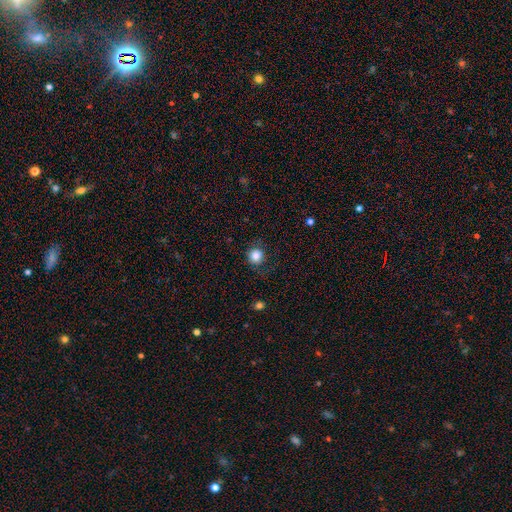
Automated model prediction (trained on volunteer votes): smooth-or-featured: smooth: 83% | star or artifact: 11% | featured or disk: 6%
  how-rounded: round: 90% | in between: 9% | cigar-shaped: 1%
  merging: none: 80% | minor disturbance: 13% | major disturbance: 5% | merger: 1%